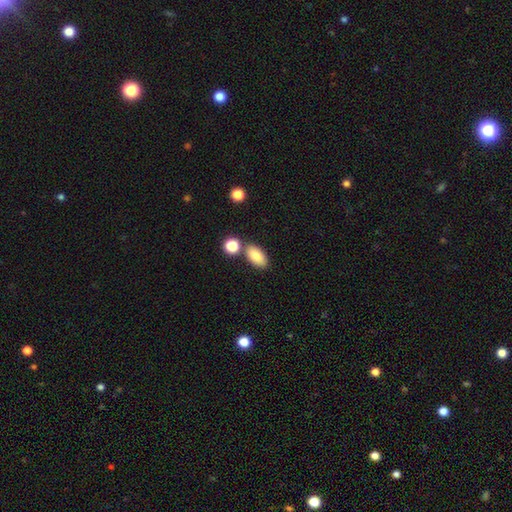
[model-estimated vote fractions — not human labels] Smooth or featured: smooth — 84% (star or artifact — 8%)
How rounded: in between — 91% (round — 6%)
Merging: none — 71% (merger — 14%)